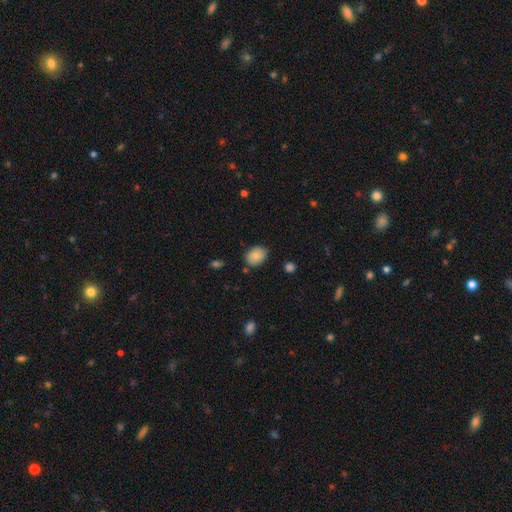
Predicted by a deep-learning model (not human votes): Morphology: type=smooth (81%); roundness=in between (59%); merging=none (79%).